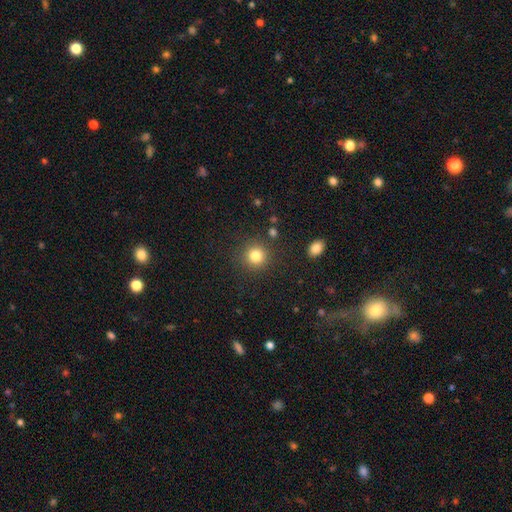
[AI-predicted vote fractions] Q: Smooth or featured?
A: smooth (84%); runner-up: star or artifact (11%)
Q: How rounded?
A: round (92%); runner-up: in between (7%)
Q: Merging?
A: none (87%); runner-up: minor disturbance (7%)